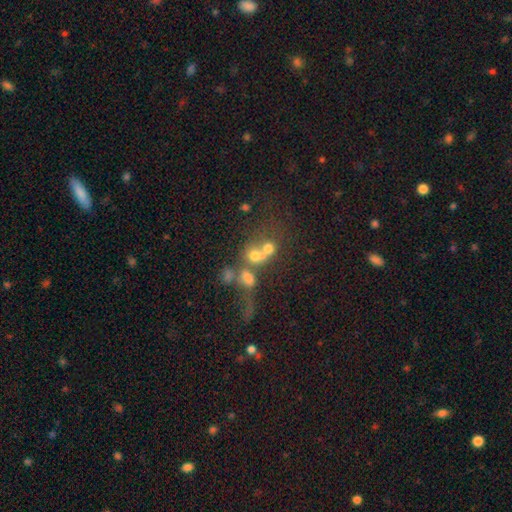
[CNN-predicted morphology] The model was most divided on "smooth or featured": smooth: 52%, featured or disk: 29%, star or artifact: 19%. More confident: how rounded — round (61%); merging — merger (60%).